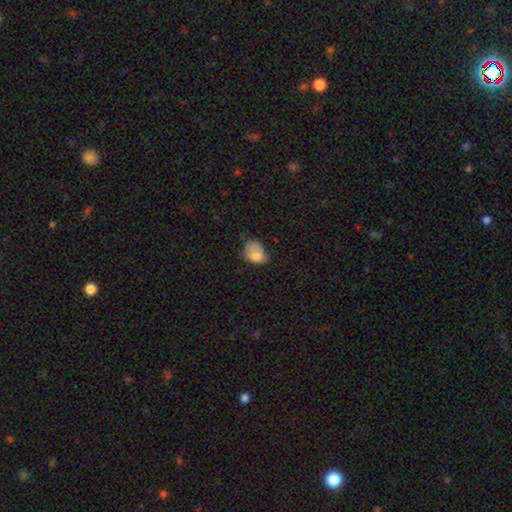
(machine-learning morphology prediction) A smooth galaxy with no disk features (74%) that is in between round and cigar-shaped (71%). Merging: minor disturbance (38%).